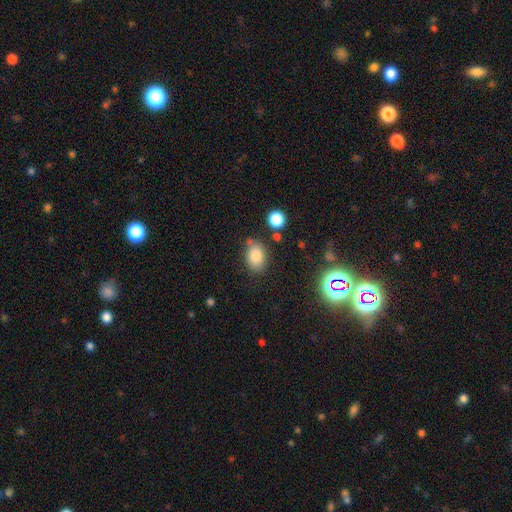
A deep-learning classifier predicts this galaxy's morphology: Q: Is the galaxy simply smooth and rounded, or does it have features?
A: smooth — 83%.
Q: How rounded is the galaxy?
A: in between — 81%.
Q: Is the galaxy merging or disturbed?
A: none — 73%.